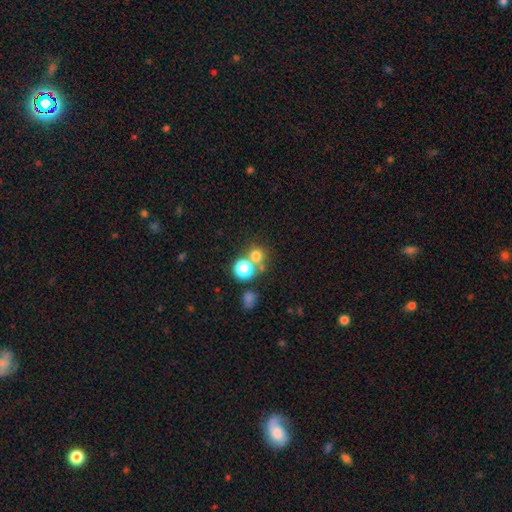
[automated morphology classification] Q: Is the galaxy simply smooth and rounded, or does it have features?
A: smooth — 71%.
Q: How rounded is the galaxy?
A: round — 89%.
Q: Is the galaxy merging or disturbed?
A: none — 59%.